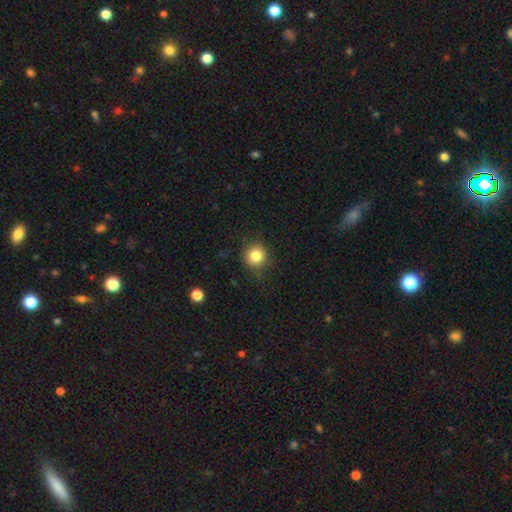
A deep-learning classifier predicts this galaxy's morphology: smooth-or-featured: smooth: 83% | star or artifact: 11% | featured or disk: 6%
  how-rounded: round: 92% | in between: 7% | cigar-shaped: 1%
  merging: none: 85% | minor disturbance: 11% | major disturbance: 3% | merger: 1%